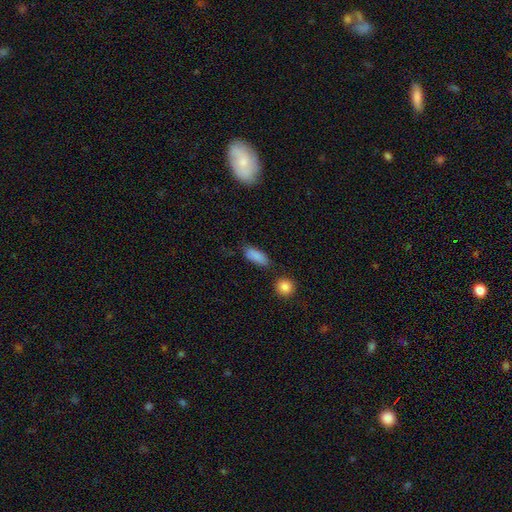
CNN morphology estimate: A smooth galaxy with no disk features (86%) that is in between round and cigar-shaped (81%). Merging: none (71%).